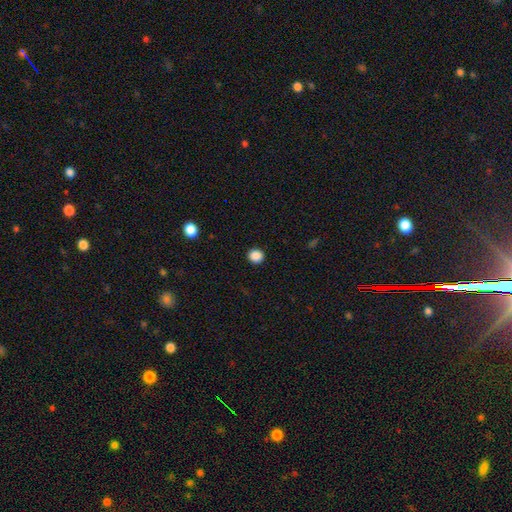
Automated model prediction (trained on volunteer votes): This is clearly a smooth galaxy (88%). How rounded: clearly round (92%). Merging: clearly none (93%).